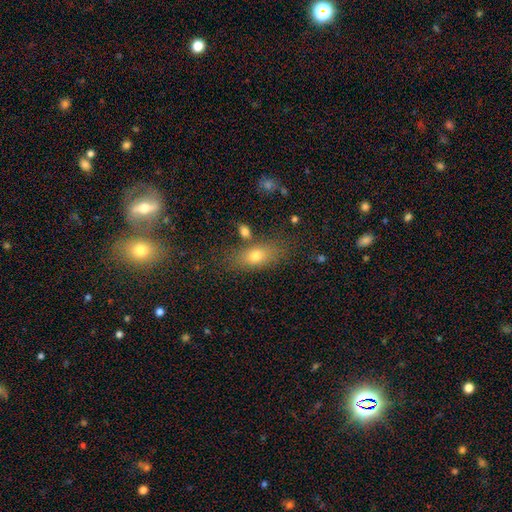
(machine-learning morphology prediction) type=smooth (72%); roundness=in between (74%); merging=none (71%).